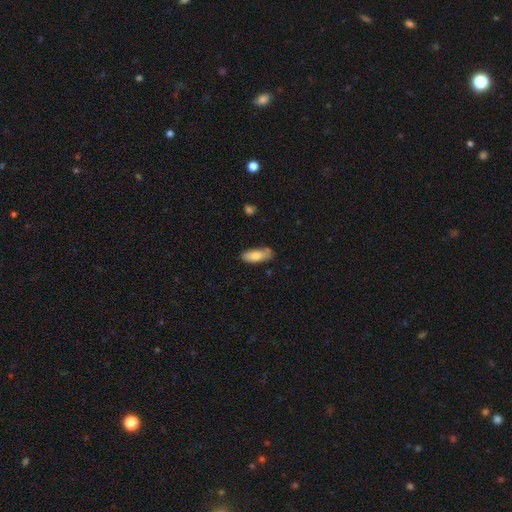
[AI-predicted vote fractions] Smooth or featured: smooth — 79% (featured or disk — 15%)
How rounded: in between — 72% (cigar-shaped — 26%)
Merging: none — 72% (minor disturbance — 21%)